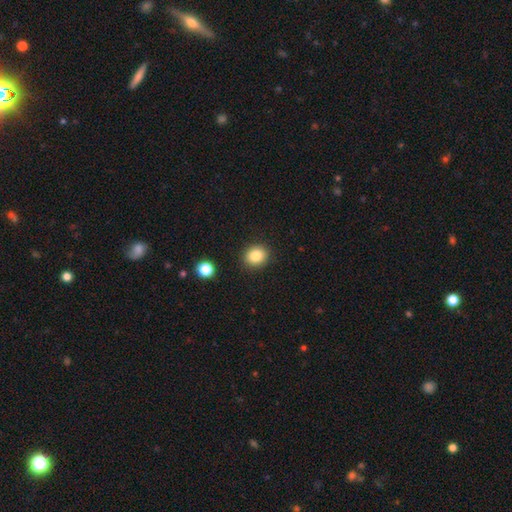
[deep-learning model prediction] The model was most divided on "how rounded": round: 68%, in between: 31%, cigar-shaped: 1%. More confident: merging — none (90%); smooth or featured — smooth (84%).